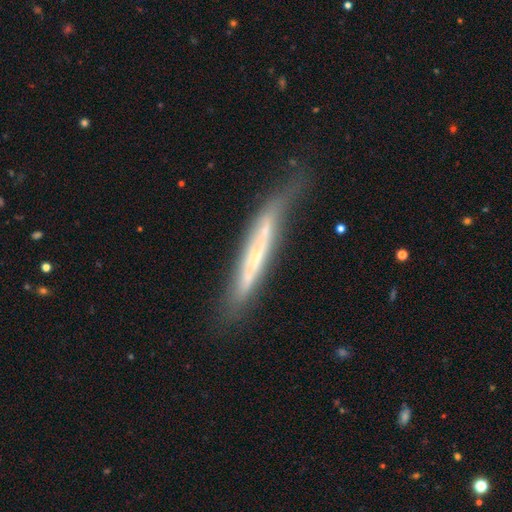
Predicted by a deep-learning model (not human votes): This is likely a featured or disk galaxy (61%). It is likely viewed edge-on (79%). Merging: possibly none (54%).